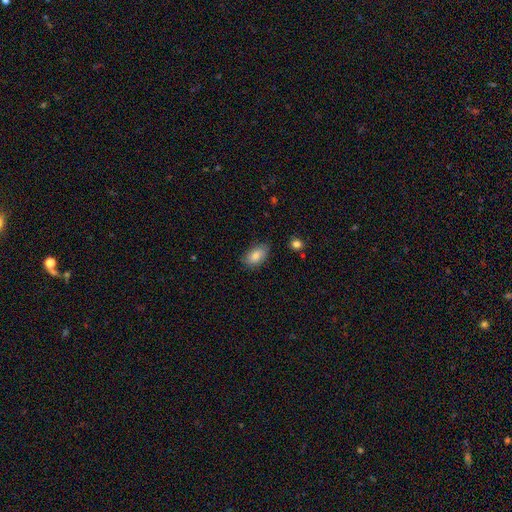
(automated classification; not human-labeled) Morphology: type=smooth (80%); roundness=in between (92%); merging=none (77%).